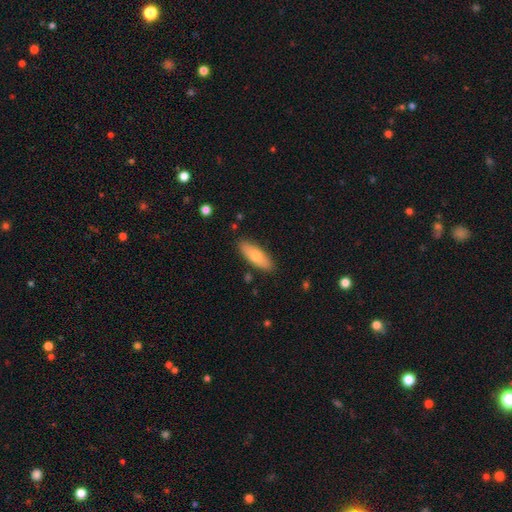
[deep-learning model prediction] Smooth or featured? Predicted: smooth (p=0.70). How rounded? Predicted: in between (p=0.67). Merging? Predicted: none (p=0.87).